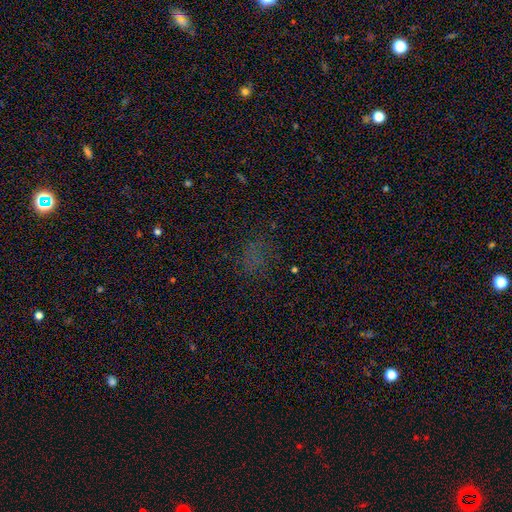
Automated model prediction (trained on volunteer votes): Smooth or featured? Predicted: smooth (p=0.45). Merging? Predicted: none (p=0.70).